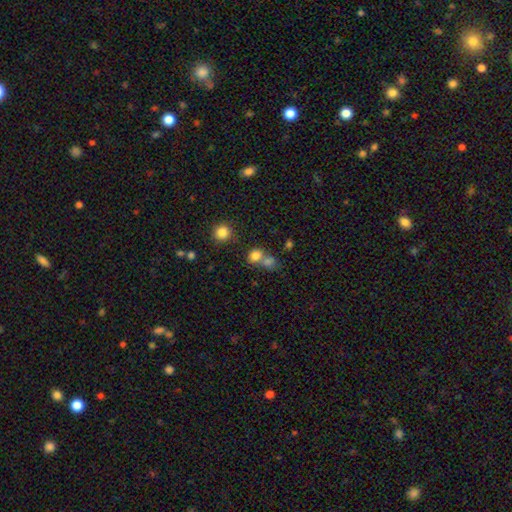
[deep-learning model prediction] smooth 78%, star or artifact 14%, featured or disk 8%. Down the decision tree: how rounded — round (66%); merging — none (47%).